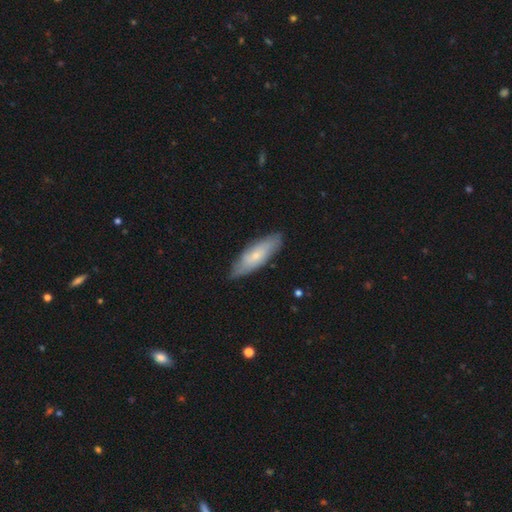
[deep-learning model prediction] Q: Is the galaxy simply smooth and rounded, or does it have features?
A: smooth — 56%.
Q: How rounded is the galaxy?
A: in between — 54%.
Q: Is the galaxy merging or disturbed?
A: none — 80%.